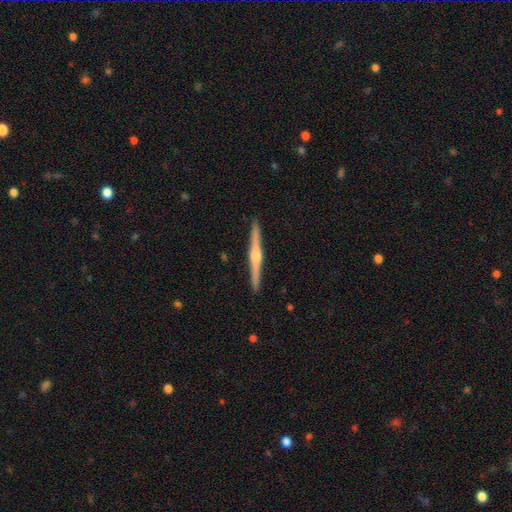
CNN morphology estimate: A featured or disk galaxy (81%) viewed edge-on (99%) with a rounded central bulge (88%). Merging: none (93%).